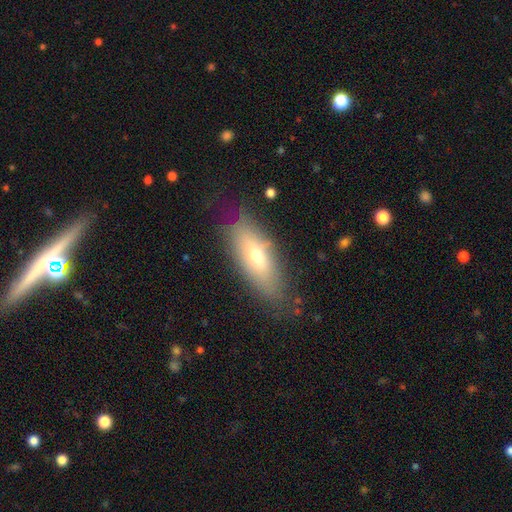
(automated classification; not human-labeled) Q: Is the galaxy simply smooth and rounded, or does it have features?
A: smooth — 60%.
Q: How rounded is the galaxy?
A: in between — 69%.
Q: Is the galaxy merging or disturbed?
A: none — 76%.